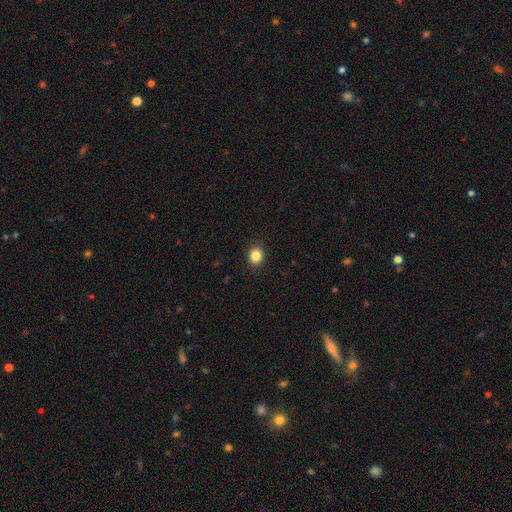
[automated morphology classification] This is clearly a smooth galaxy (85%). How rounded: likely round (74%). Merging: clearly none (91%).